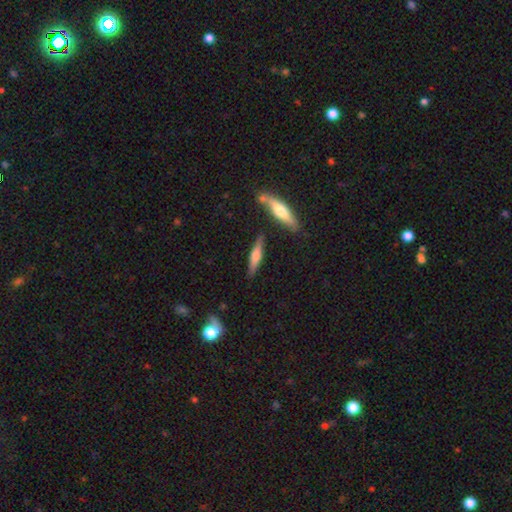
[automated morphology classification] smooth 49%, featured or disk 45%, star or artifact 6%. Down the decision tree: merging — none (83%).